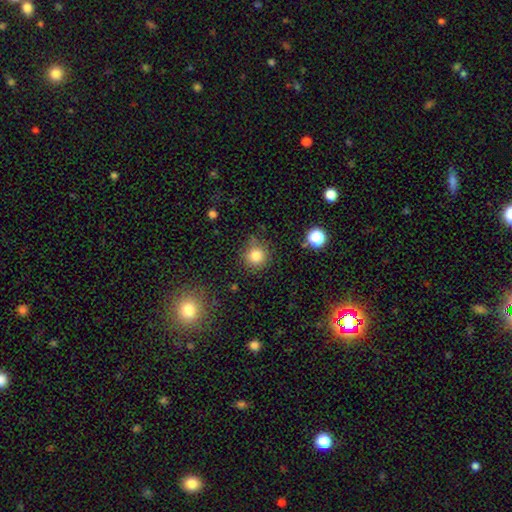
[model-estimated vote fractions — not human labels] Morphology: type=smooth (82%); roundness=round (93%); merging=none (78%).